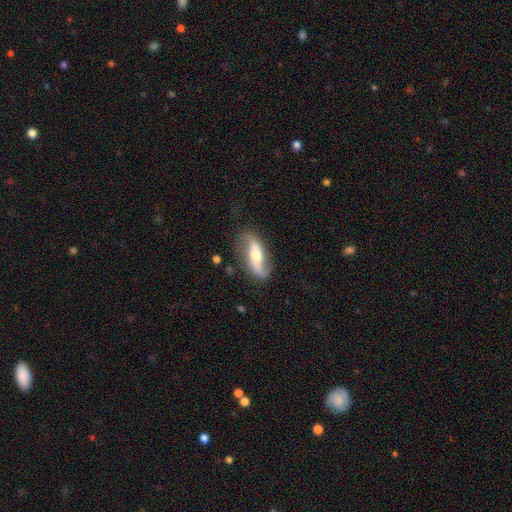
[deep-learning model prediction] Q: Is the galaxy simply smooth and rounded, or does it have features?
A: featured or disk — 73%.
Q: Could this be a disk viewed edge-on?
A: no — 83%.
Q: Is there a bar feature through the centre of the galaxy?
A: no — 45%.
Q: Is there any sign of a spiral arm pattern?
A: yes — 87%.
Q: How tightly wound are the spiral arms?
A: loose — 76%.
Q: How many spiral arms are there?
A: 2 — 86%.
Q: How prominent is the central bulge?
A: moderate — 70%.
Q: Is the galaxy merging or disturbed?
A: none — 73%.